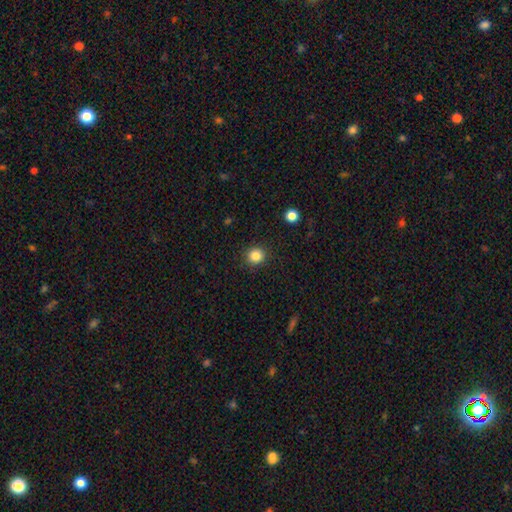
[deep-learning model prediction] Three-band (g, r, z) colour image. It shows a smooth galaxy with no disk features (84%) that is round (91%). Merging: none (91%).